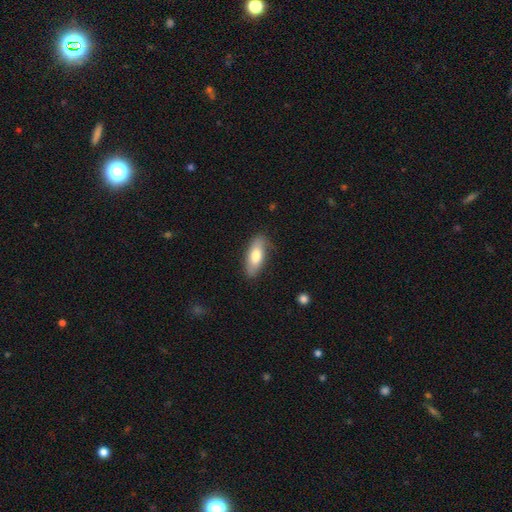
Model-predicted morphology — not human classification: Smooth or featured?
  - smooth: 73% *
  - featured or disk: 21%
  - star or artifact: 6%
How rounded?
  - in between: 74% *
  - cigar-shaped: 23%
  - round: 3%
Merging?
  - none: 79% *
  - minor disturbance: 17%
  - major disturbance: 3%
  - merger: 1%